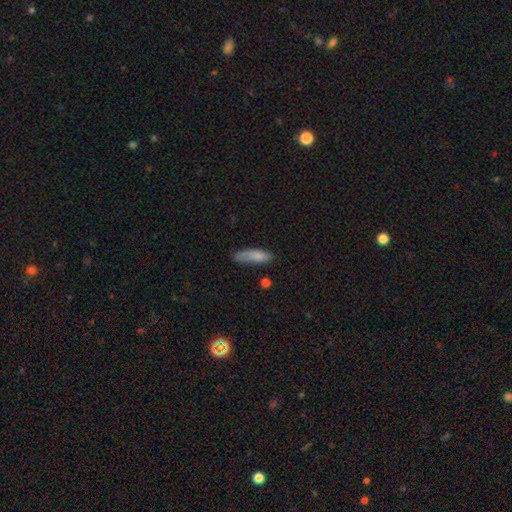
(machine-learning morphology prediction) smooth 83%, featured or disk 10%, star or artifact 7%. Down the decision tree: how rounded — cigar-shaped (54%); merging — none (59%).